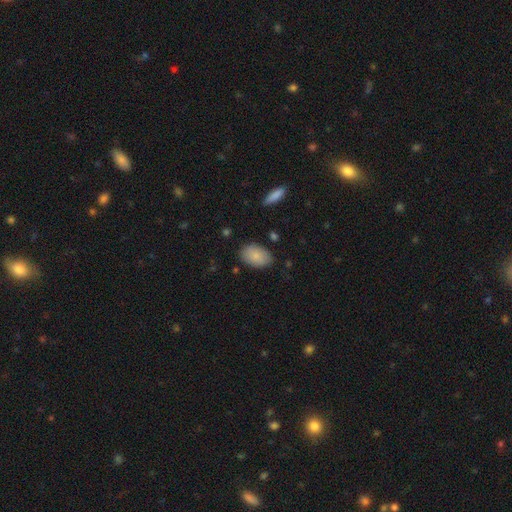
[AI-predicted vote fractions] Smooth or featured?
  - smooth: 86% *
  - featured or disk: 8%
  - star or artifact: 7%
How rounded?
  - in between: 90% *
  - round: 9%
  - cigar-shaped: 1%
Merging?
  - none: 82% *
  - minor disturbance: 13%
  - major disturbance: 3%
  - merger: 2%